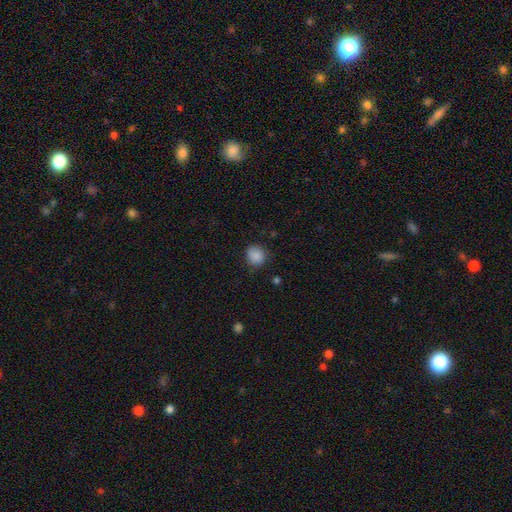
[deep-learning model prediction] This appears to be a smooth galaxy with no disk features (86%) that is round (81%). Merging: none (77%).